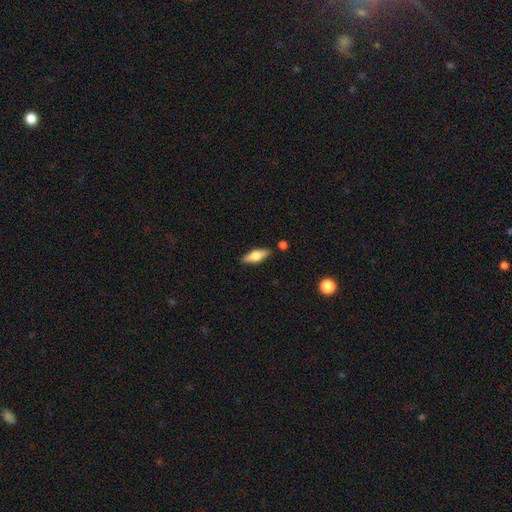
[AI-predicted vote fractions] The model was most divided on "smooth or featured": smooth: 60%, featured or disk: 34%, star or artifact: 6%. More confident: merging — none (83%); how rounded — in between (63%).